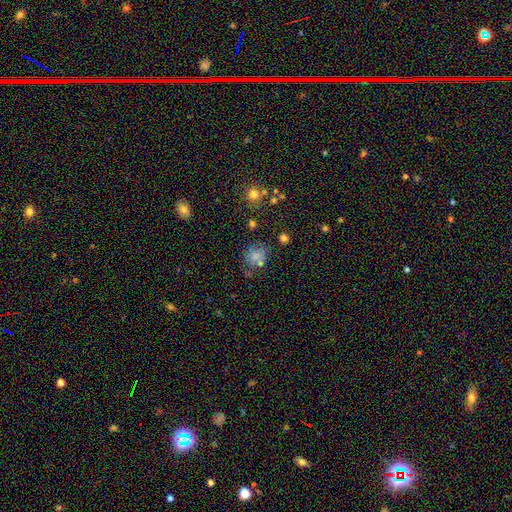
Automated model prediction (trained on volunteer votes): Smooth or featured? smooth (73%)
How rounded? round (65%)
Merging? none (63%)